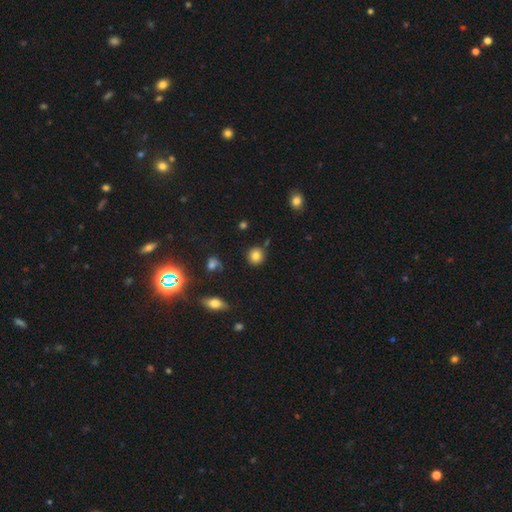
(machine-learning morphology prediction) smooth_or_featured: smooth (p=0.82) [alt: star or artifact p=0.11]
how_rounded: round (p=0.90) [alt: in between p=0.09]
merging: none (p=0.83) [alt: minor disturbance p=0.10]